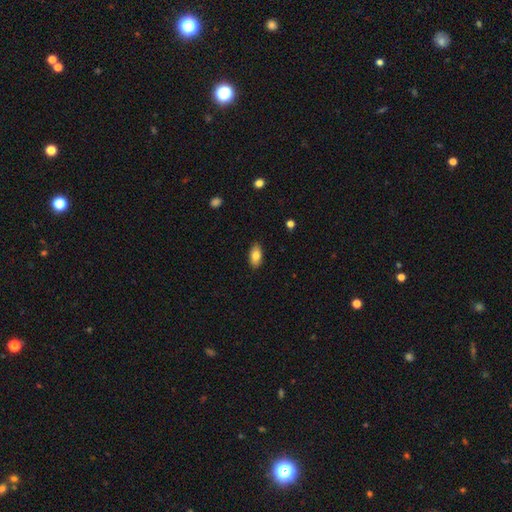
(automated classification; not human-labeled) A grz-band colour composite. It shows a smooth galaxy with no disk features (82%) that is in between round and cigar-shaped (92%). Merging: none (88%).